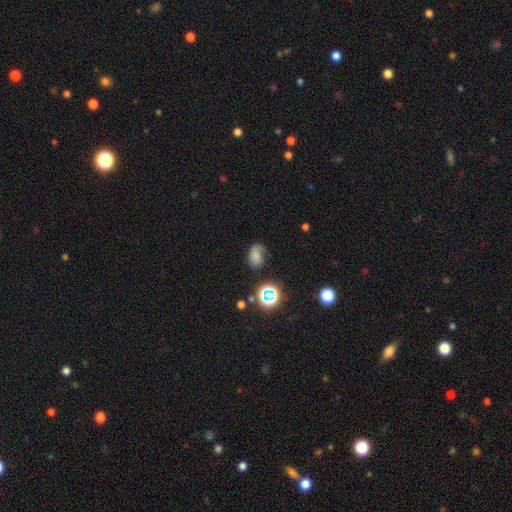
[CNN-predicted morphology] Overall: smooth (57%; featured or disk 23%). How rounded: in between (75%). Merging: none (48%; minor disturbance 32%).